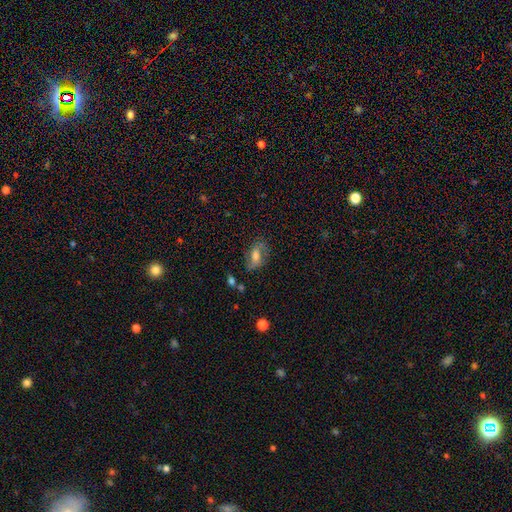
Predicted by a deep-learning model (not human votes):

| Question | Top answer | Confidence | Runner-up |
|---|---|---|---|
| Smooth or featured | featured or disk | 47% | smooth (42%) |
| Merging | none | 67% | minor disturbance (20%) |